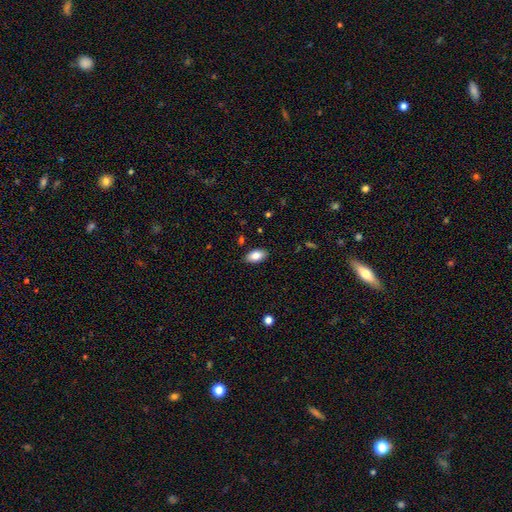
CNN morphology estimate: smooth 82%, featured or disk 11%, star or artifact 7%. Down the decision tree: how rounded — in between (93%); merging — none (88%).